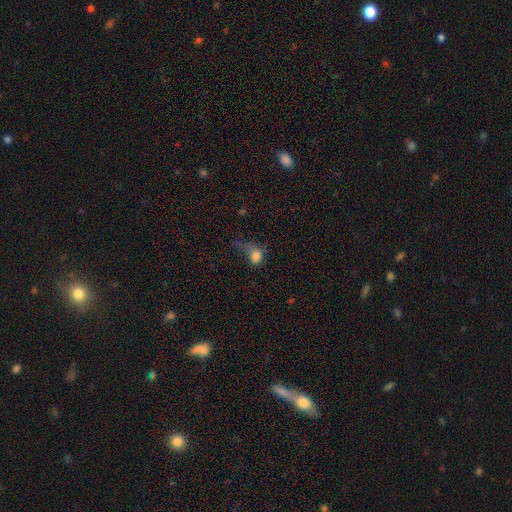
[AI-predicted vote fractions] Q: Smooth or featured?
A: smooth (75%); runner-up: featured or disk (13%)
Q: How rounded?
A: in between (54%); runner-up: round (44%)
Q: Merging?
A: major disturbance (49%); runner-up: minor disturbance (23%)